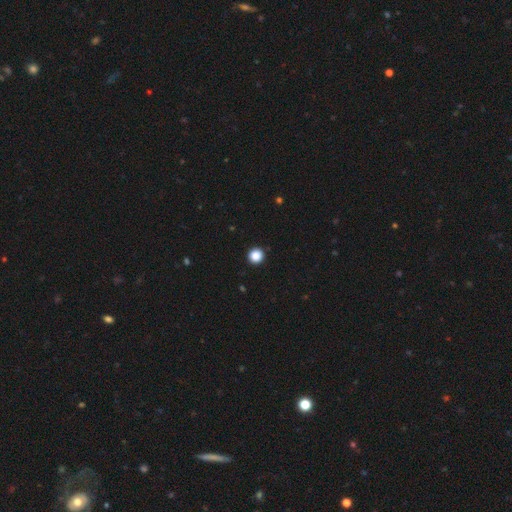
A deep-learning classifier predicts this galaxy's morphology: This is clearly a smooth galaxy (87%). How rounded: clearly round (95%). Merging: clearly none (93%).